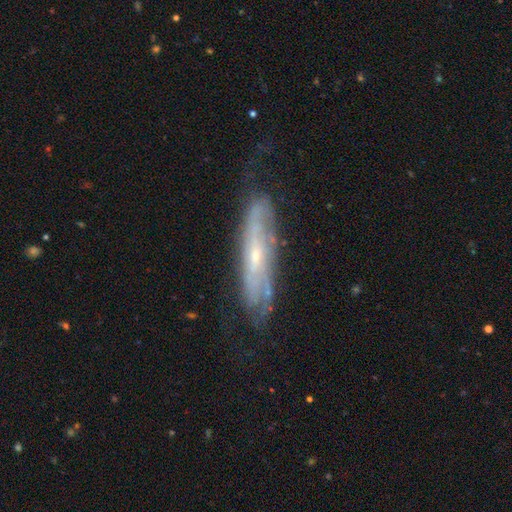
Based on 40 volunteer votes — A featured or disk galaxy (68%) with no bar (62%), medium (62%) spiral arms (81%) and a small central bulge (69%). Merging: none (62%).